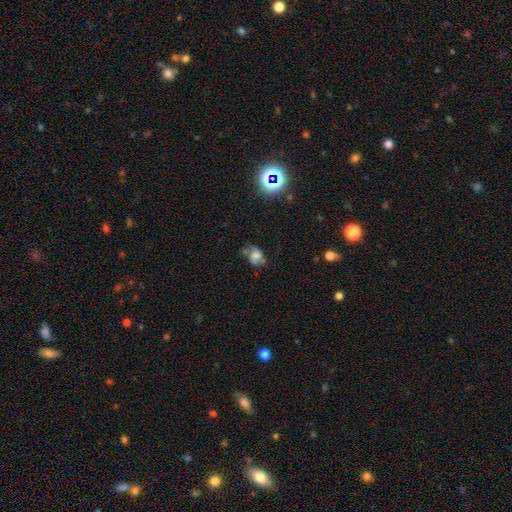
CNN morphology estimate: This is possibly a smooth galaxy (47%). Merging: possibly none (46%).